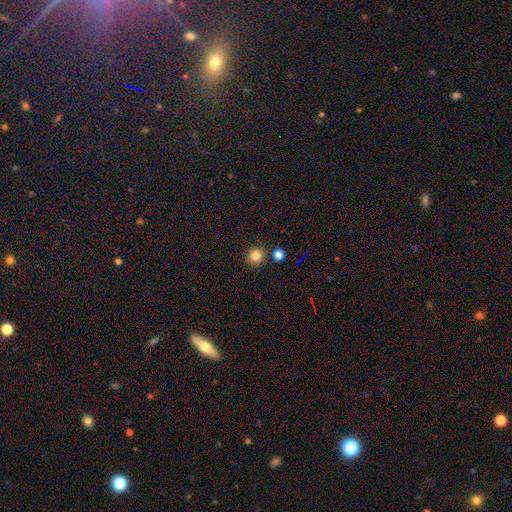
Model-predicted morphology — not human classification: Overall: smooth (81%). How rounded: round (92%). Merging: none (87%).